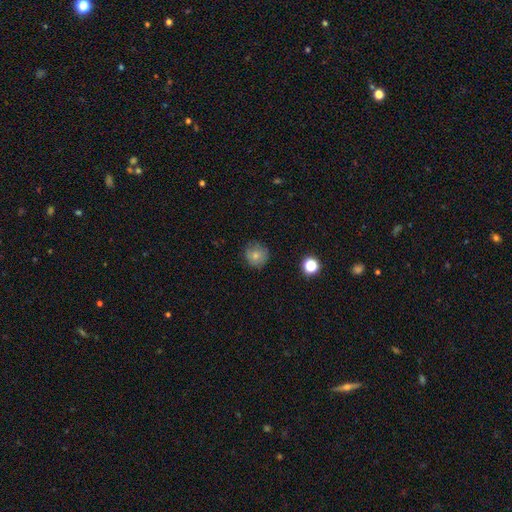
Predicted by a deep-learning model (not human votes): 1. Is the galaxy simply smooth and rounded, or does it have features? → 76% smooth, 12% star or artifact, 11% featured or disk.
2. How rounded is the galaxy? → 93% round, 6% in between, 1% cigar-shaped.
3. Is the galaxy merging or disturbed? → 82% none, 14% minor disturbance, 3% major disturbance, 1% merger.